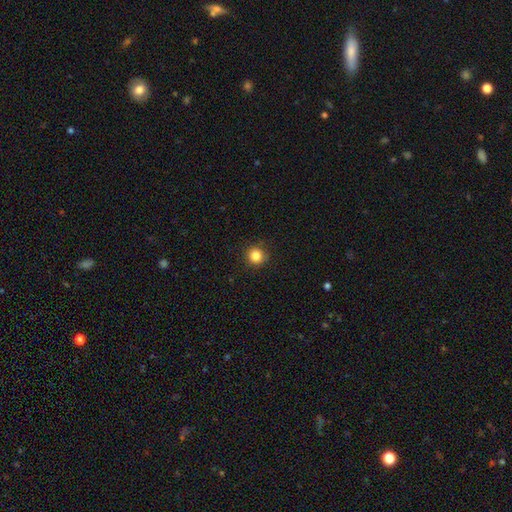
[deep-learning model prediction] A smooth galaxy with no disk features (84%) that is round (94%).

Vote fractions:
- Smooth or featured? smooth: 84% / star or artifact: 12% / featured or disk: 4%
- How rounded? round: 94% / in between: 6% / cigar-shaped: 1%
- Merging? none: 91% / minor disturbance: 6% / major disturbance: 2% / merger: 1%